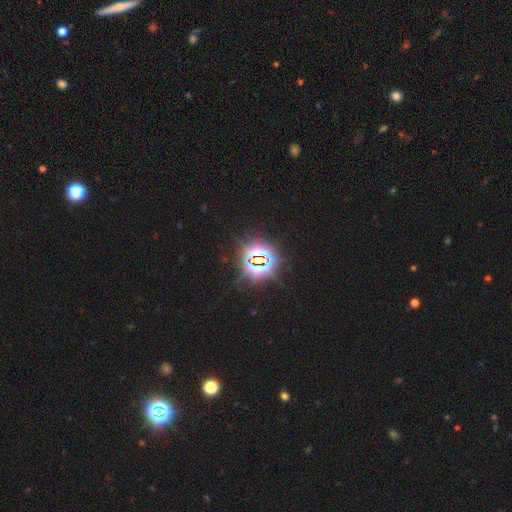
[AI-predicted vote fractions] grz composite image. It shows a star or artifact, not a galaxy (82%).